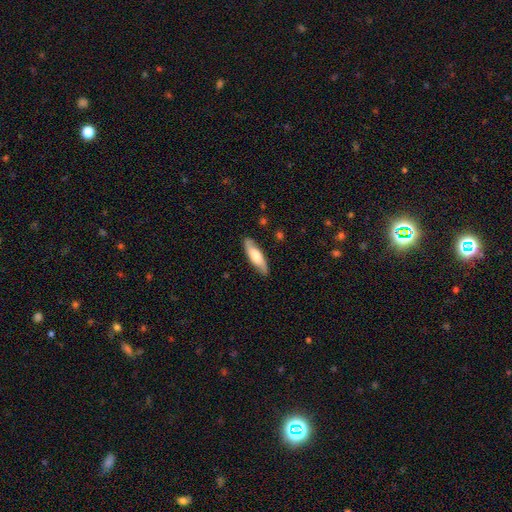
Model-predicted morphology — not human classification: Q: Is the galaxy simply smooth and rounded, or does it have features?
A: smooth — 52%.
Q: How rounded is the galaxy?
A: cigar-shaped — 58%.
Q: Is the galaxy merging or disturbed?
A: none — 84%.